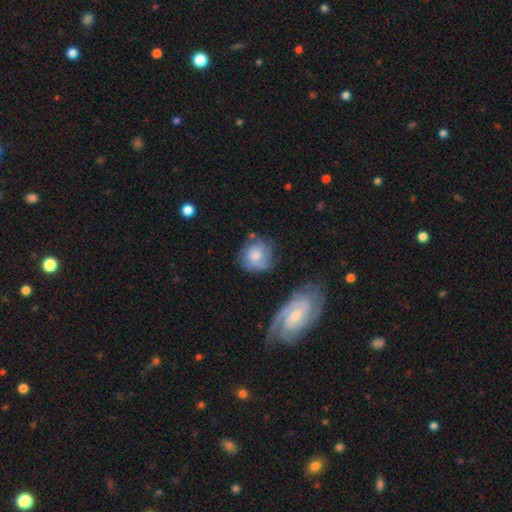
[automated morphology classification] Smooth or featured? smooth (48%)
Merging? none (56%)